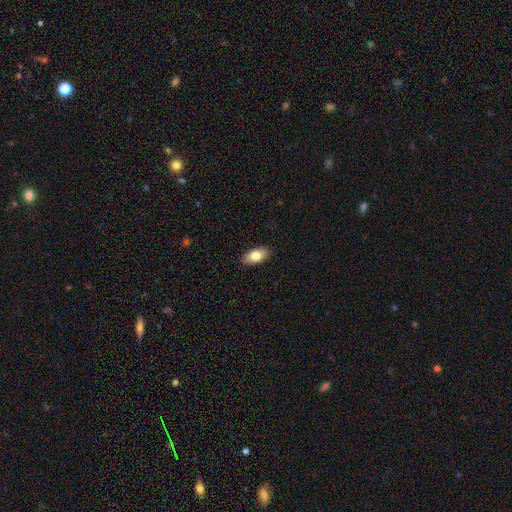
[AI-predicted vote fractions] Smooth or featured? smooth (80%)
How rounded? in between (91%)
Merging? none (89%)